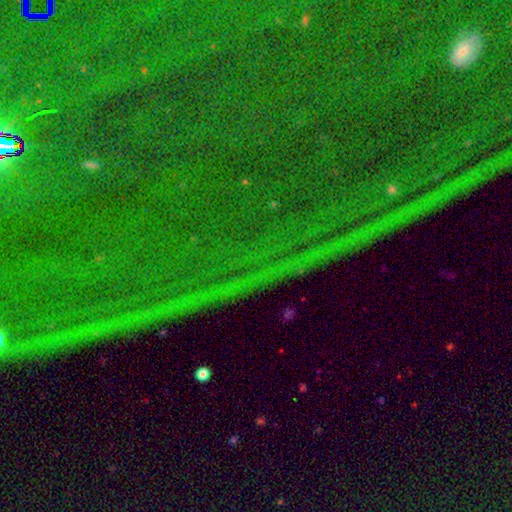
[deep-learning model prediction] smooth-or-featured: star or artifact: 85% | featured or disk: 8% | smooth: 7%